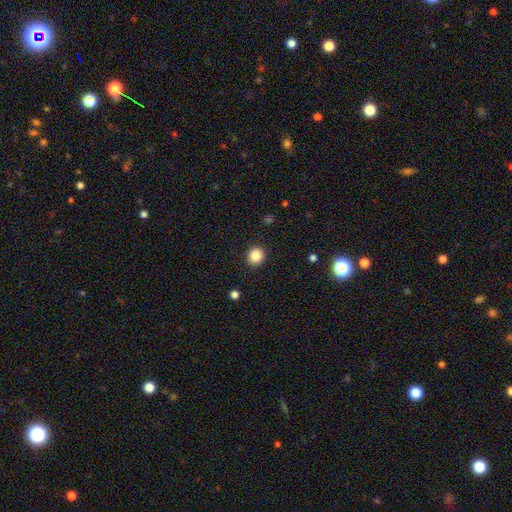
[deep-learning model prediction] Morphology: type=smooth (86%); roundness=round (86%); merging=none (92%).